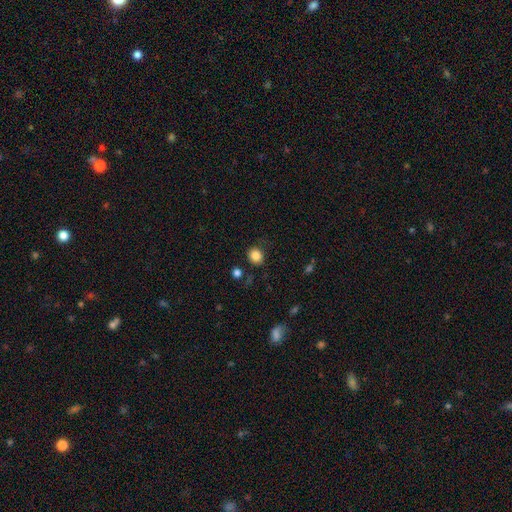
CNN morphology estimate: smooth-or-featured: smooth: 85% | star or artifact: 11% | featured or disk: 5%
  how-rounded: round: 73% | in between: 27% | cigar-shaped: 1%
  merging: none: 83% | minor disturbance: 11% | major disturbance: 4% | merger: 3%